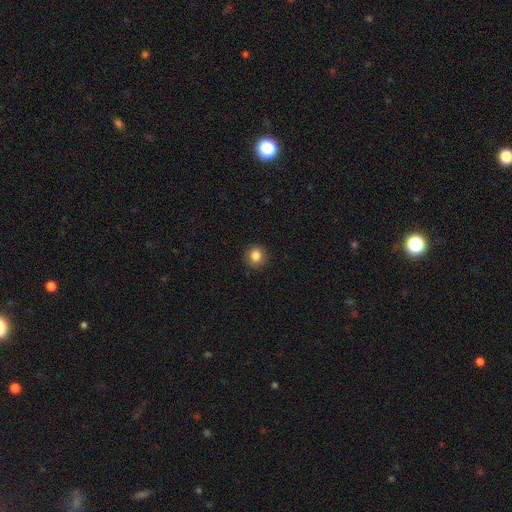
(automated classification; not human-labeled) Q: Smooth or featured?
A: smooth (85%); runner-up: star or artifact (10%)
Q: How rounded?
A: round (91%); runner-up: in between (8%)
Q: Merging?
A: none (91%); runner-up: minor disturbance (6%)